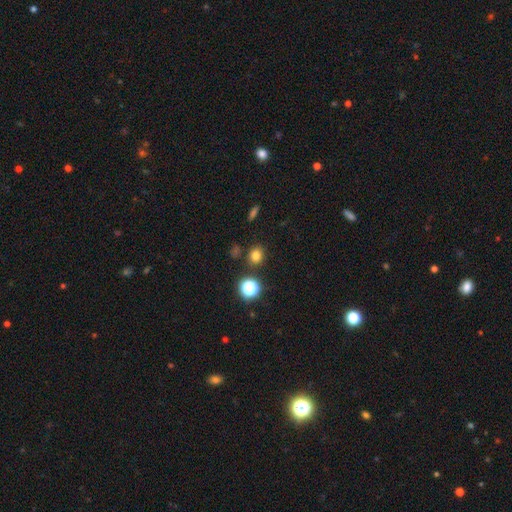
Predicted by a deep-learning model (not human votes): This is likely a smooth galaxy (77%). How rounded: likely round (76%). Merging: clearly none (84%).